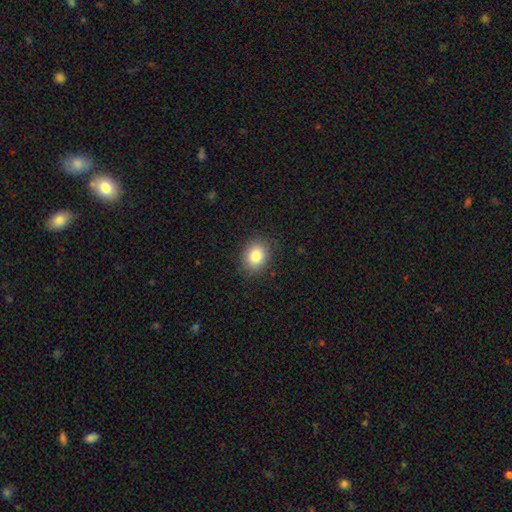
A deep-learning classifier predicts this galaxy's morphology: The model was most divided on "how rounded": round: 58%, in between: 41%, cigar-shaped: 1%. More confident: merging — none (87%); smooth or featured — smooth (83%).